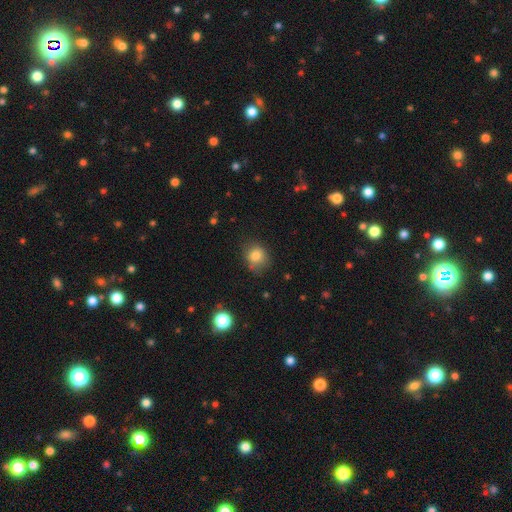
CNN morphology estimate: Smooth or featured: smooth — 80% (star or artifact — 11%)
How rounded: round — 69% (in between — 30%)
Merging: none — 72% (minor disturbance — 20%)